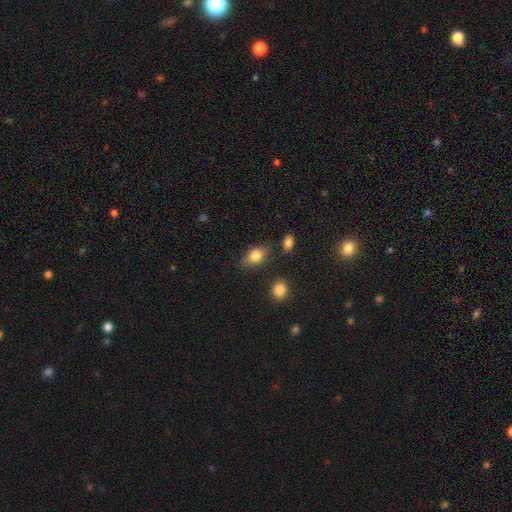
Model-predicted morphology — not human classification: A smooth galaxy with no disk features (80%) that is in between round and cigar-shaped (83%).

Vote fractions:
- Smooth or featured? smooth: 80% / featured or disk: 12% / star or artifact: 8%
- How rounded? in between: 83% / round: 14% / cigar-shaped: 3%
- Merging? none: 77% / minor disturbance: 15% / merger: 4% / major disturbance: 4%